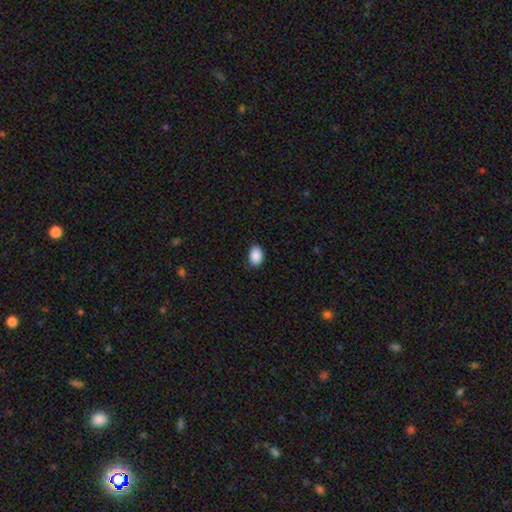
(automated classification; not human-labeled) Q: Smooth or featured?
A: smooth (90%); runner-up: star or artifact (7%)
Q: How rounded?
A: in between (87%); runner-up: round (12%)
Q: Merging?
A: none (86%); runner-up: minor disturbance (11%)